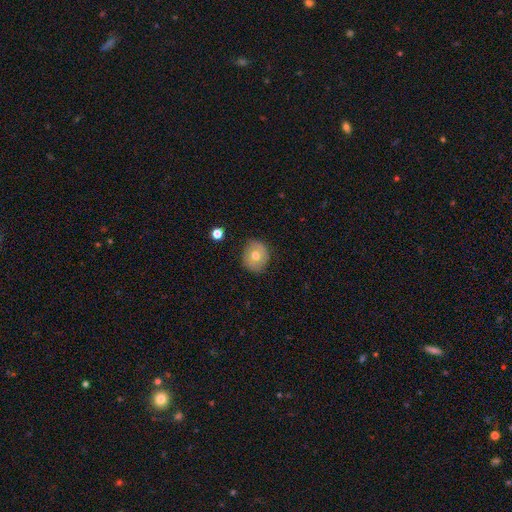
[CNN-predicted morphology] Overall: smooth (65%; featured or disk 27%). How rounded: round (74%). Merging: none (84%).